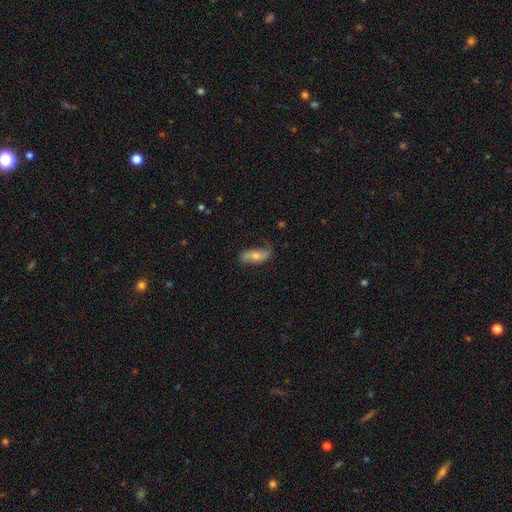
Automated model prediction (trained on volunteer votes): smooth-or-featured: featured or disk: 53% | smooth: 38% | star or artifact: 8%
  disk-edge-on: no: 85% | yes: 15%
  merging: none: 62% | minor disturbance: 25% | major disturbance: 11% | merger: 2%